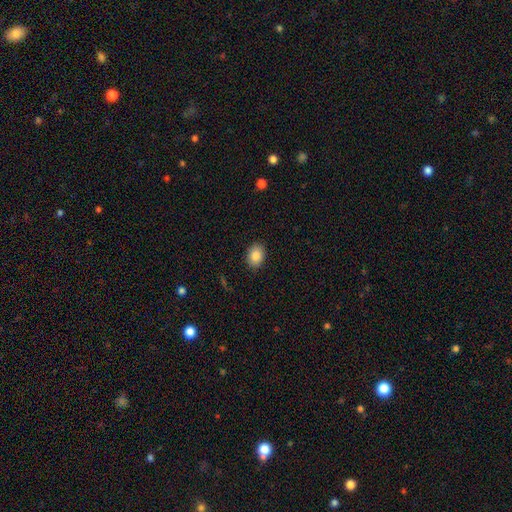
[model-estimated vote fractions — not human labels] The model was most divided on "how rounded": in between: 72%, round: 27%, cigar-shaped: 1%. More confident: merging — none (89%); smooth or featured — smooth (86%).